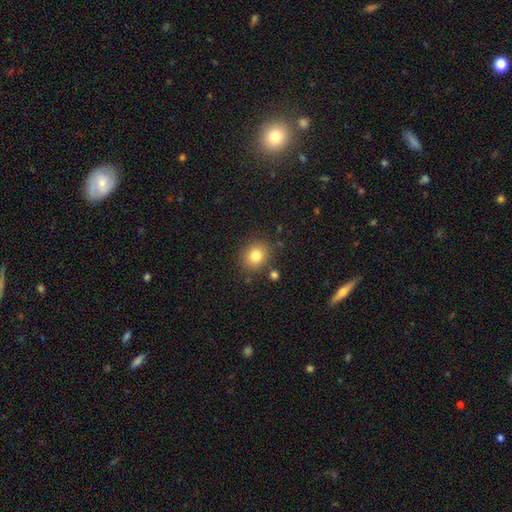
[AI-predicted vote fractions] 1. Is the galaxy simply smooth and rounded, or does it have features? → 80% smooth, 11% star or artifact, 8% featured or disk.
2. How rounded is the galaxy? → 71% round, 29% in between, 1% cigar-shaped.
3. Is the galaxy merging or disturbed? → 83% none, 10% minor disturbance, 4% merger, 3% major disturbance.